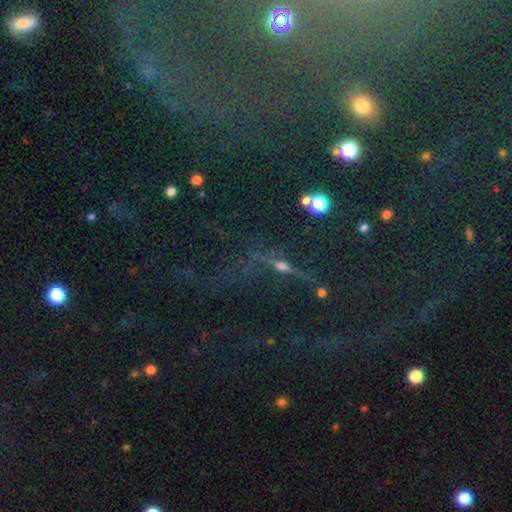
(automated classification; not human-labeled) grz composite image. It shows a star or artifact, not a galaxy (62%).